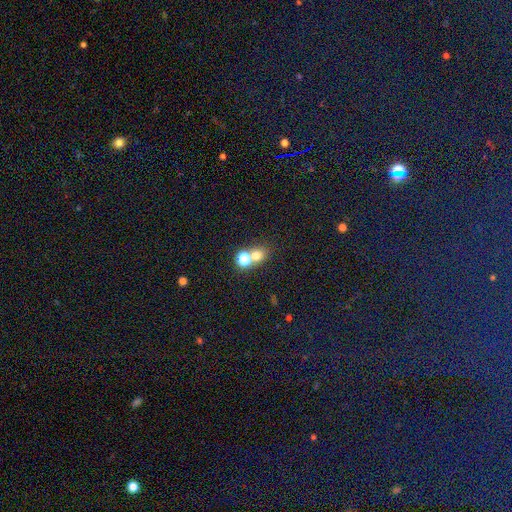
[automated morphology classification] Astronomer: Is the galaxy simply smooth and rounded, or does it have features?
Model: smooth — 70%.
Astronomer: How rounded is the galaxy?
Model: round — 72%.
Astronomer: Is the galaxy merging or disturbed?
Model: merger — 47% (runner-up: none, 44%).